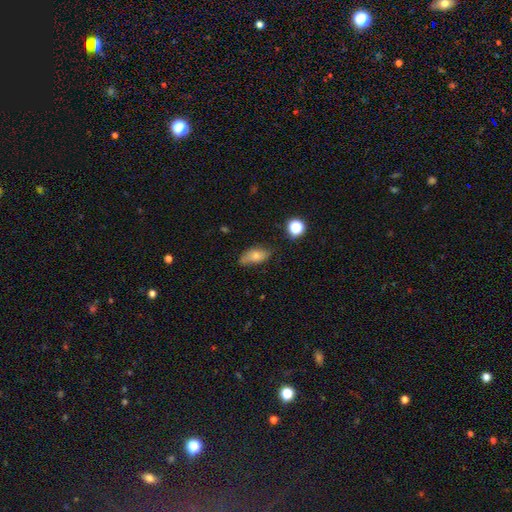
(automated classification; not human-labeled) Overall: smooth (69%). How rounded: in between (81%). Merging: none (65%; minor disturbance 27%).